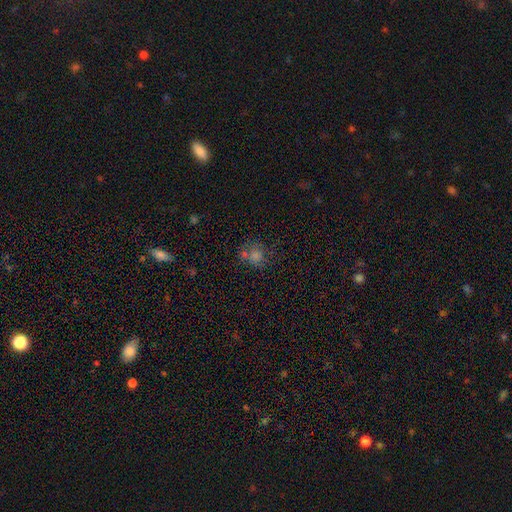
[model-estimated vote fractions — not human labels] Smooth or featured? Predicted: smooth (p=0.61). How rounded? Predicted: round (p=0.80). Merging? Predicted: none (p=0.59).